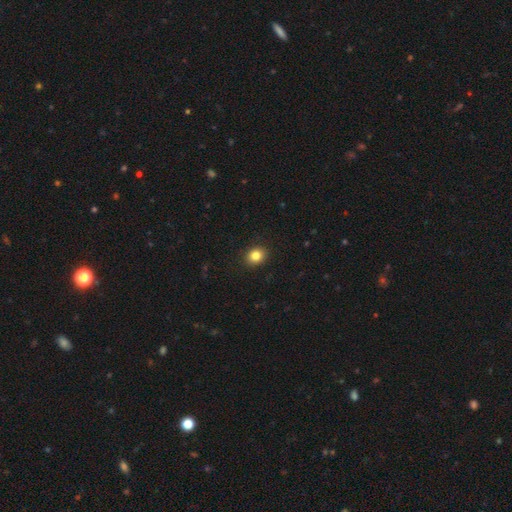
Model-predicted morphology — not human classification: This appears to be a smooth galaxy with no disk features (83%) that is round (66%). Merging: none (91%).